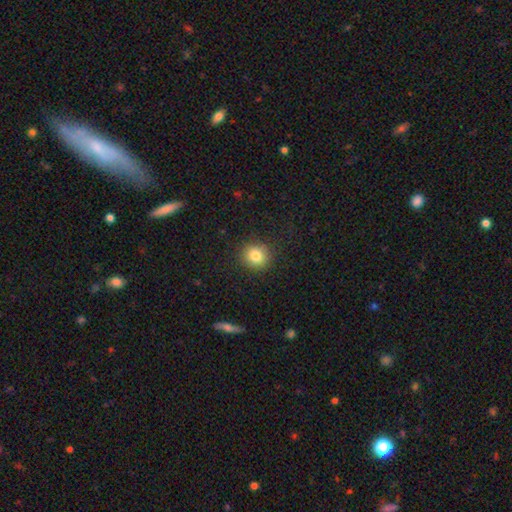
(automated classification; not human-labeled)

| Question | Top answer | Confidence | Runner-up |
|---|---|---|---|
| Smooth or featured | smooth | 82% | star or artifact (10%) |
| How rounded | round | 85% | in between (14%) |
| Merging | none | 89% | minor disturbance (7%) |